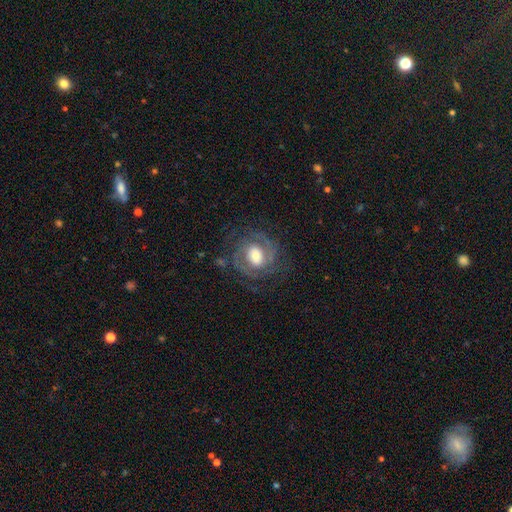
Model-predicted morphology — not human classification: featured or disk 78%, smooth 15%, star or artifact 7%. Down the decision tree: edge-on disk — no (97%); bar — no (54%); spiral arms — yes (90%); spiral arm count — 2 (52%); spiral winding — tight (49%); bulge size — moderate (51%); merging — none (70%).